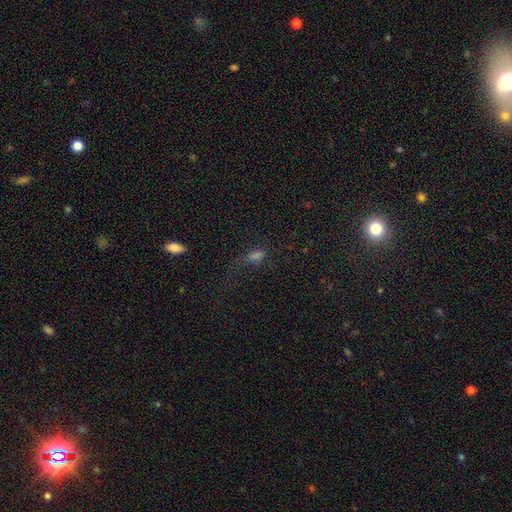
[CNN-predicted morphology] Smooth or featured? smooth (56%)
How rounded? in between (72%)
Merging? major disturbance (38%)